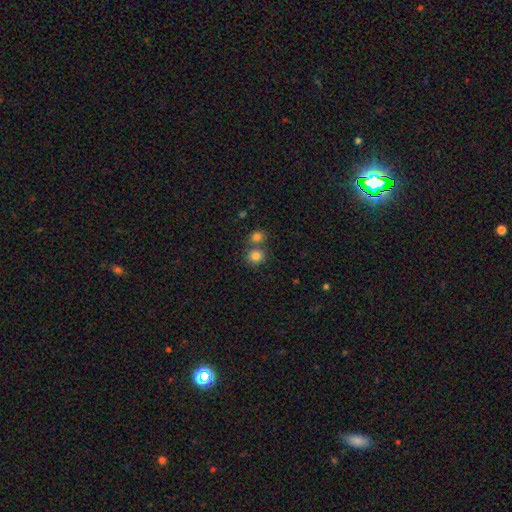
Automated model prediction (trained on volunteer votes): The model was most divided on "merging": none: 55%, merger: 34%, minor disturbance: 8%, major disturbance: 3%. More confident: how rounded — round (84%); smooth or featured — smooth (82%).